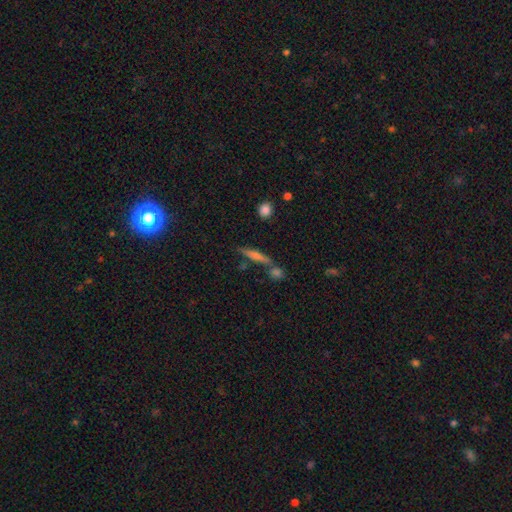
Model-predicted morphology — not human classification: The model was most divided on "smooth or featured": featured or disk: 51%, smooth: 29%, star or artifact: 20%. More confident: edge-on disk — yes (88%); merging — none (69%).